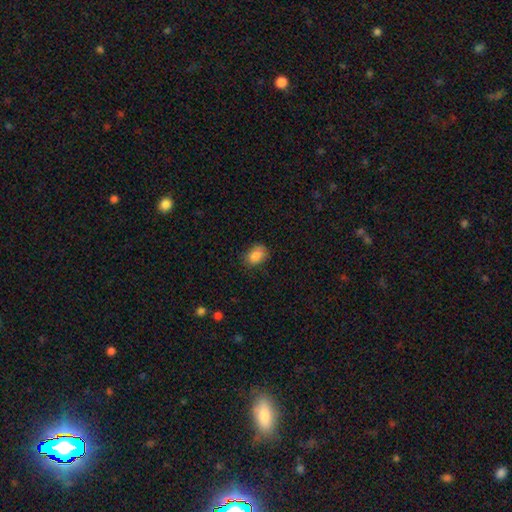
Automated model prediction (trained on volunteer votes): Q: Smooth or featured?
A: smooth (86%); runner-up: star or artifact (9%)
Q: How rounded?
A: in between (76%); runner-up: round (23%)
Q: Merging?
A: none (74%); runner-up: minor disturbance (20%)